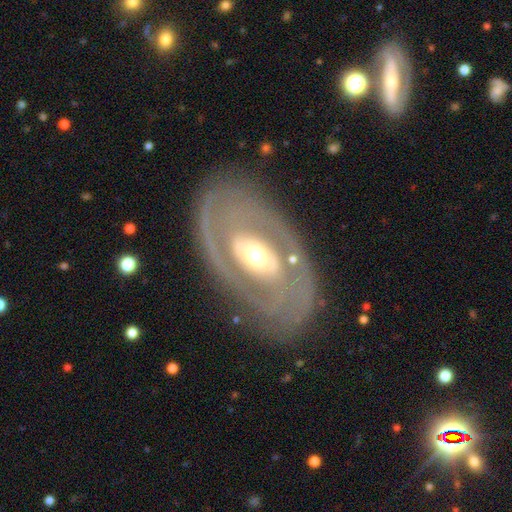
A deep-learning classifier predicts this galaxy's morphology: Smooth or featured? featured or disk (83%)
Edge-on disk? no (93%)
Bar? no (46%)
Spiral arms? yes (68%)
Spiral winding? tight (59%)
Spiral arm count? 2 (66%)
Bulge size? moderate (68%)
Merging? none (79%)